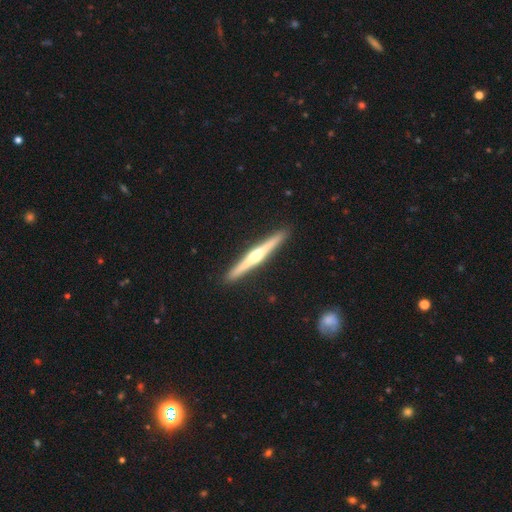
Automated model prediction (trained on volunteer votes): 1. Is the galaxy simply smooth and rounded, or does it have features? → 74% featured or disk, 21% smooth, 5% star or artifact.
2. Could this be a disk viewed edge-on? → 98% yes, 2% no.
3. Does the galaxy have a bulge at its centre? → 89% rounded, 7% none, 4% boxy.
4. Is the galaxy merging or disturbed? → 93% none, 5% minor disturbance, 1% major disturbance, 1% merger.